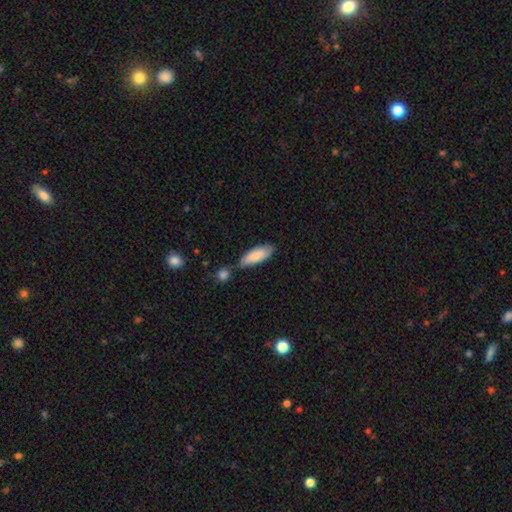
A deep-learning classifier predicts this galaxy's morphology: This appears to be a smooth galaxy with no disk features (85%) that is in between round and cigar-shaped (67%). Merging: none (67%).